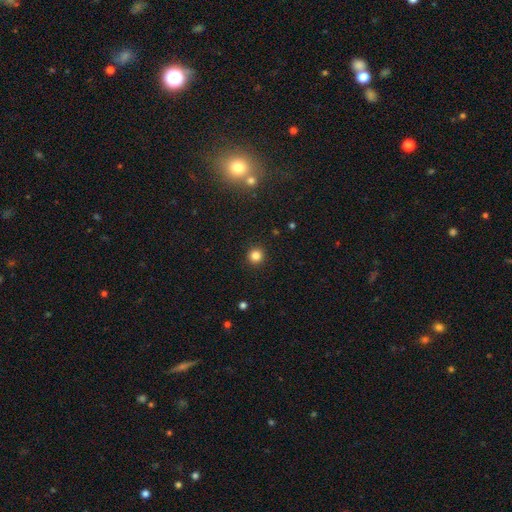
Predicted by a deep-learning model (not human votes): This appears to be a smooth galaxy with no disk features (83%) that is round (95%). Merging: none (93%).